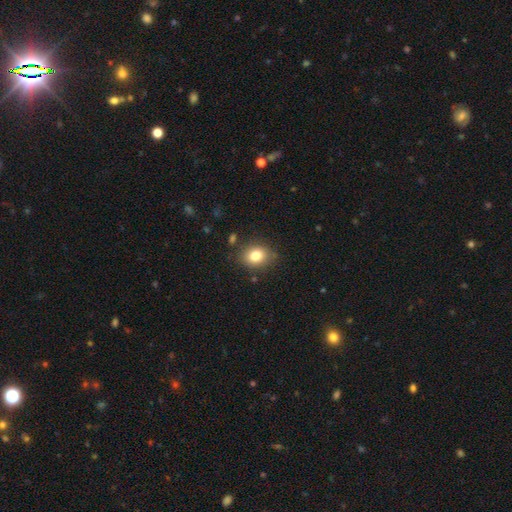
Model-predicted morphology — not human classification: smooth-or-featured: smooth: 81% | star or artifact: 10% | featured or disk: 9%
  how-rounded: round: 52% | in between: 48% | cigar-shaped: 1%
  merging: none: 83% | minor disturbance: 12% | major disturbance: 3% | merger: 3%